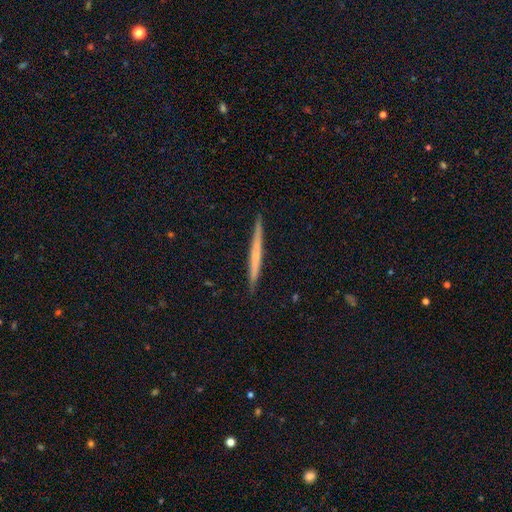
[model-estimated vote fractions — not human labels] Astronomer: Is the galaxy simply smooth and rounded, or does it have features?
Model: featured or disk — 48% (runner-up: smooth, 46%).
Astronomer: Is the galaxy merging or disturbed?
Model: none — 91%.